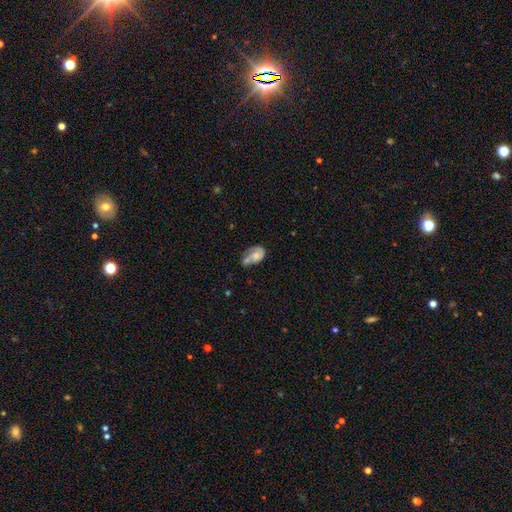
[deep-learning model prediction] The model was most divided on "merging" (2-way tie): none: 32%, minor disturbance: 32%, major disturbance: 22%, merger: 15%. More confident: edge-on disk — no (96%); smooth or featured — featured or disk (52%).